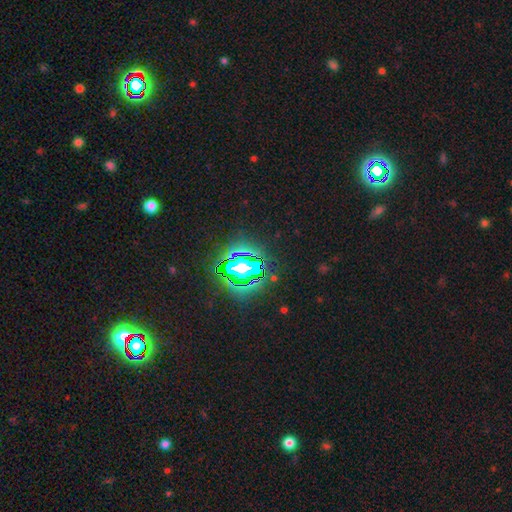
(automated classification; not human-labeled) smooth-or-featured: star or artifact: 76% | smooth: 14% | featured or disk: 11%